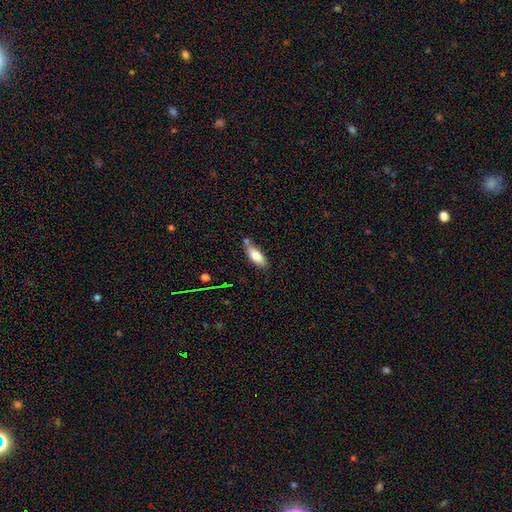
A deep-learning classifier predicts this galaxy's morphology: smooth_or_featured: smooth (p=0.77) [alt: featured or disk p=0.16]
how_rounded: in between (p=0.76) [alt: cigar-shaped p=0.22]
merging: none (p=0.65) [alt: minor disturbance p=0.19]